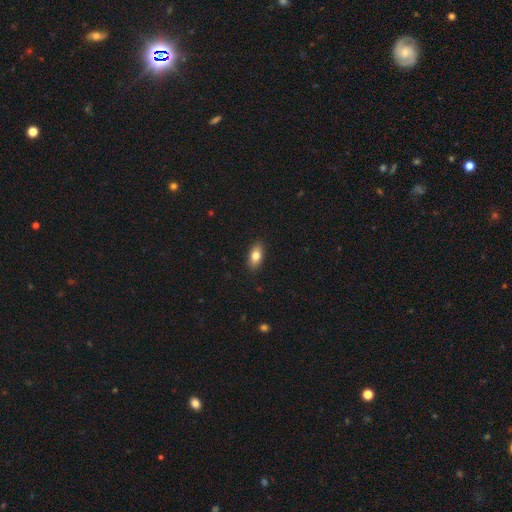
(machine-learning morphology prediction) Smooth or featured?
  - smooth: 79% *
  - featured or disk: 14%
  - star or artifact: 7%
How rounded?
  - in between: 87% *
  - cigar-shaped: 9%
  - round: 5%
Merging?
  - none: 89% *
  - minor disturbance: 8%
  - major disturbance: 2%
  - merger: 1%